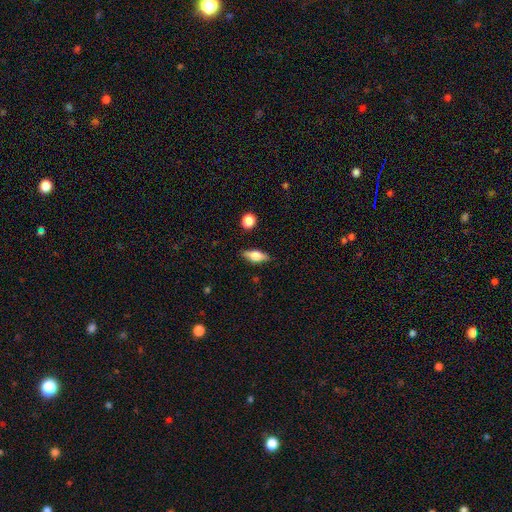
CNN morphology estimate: smooth_or_featured: smooth (p=0.56) [alt: featured or disk p=0.36]
how_rounded: in between (p=0.70) [alt: cigar-shaped p=0.25]
merging: none (p=0.85) [alt: minor disturbance p=0.11]